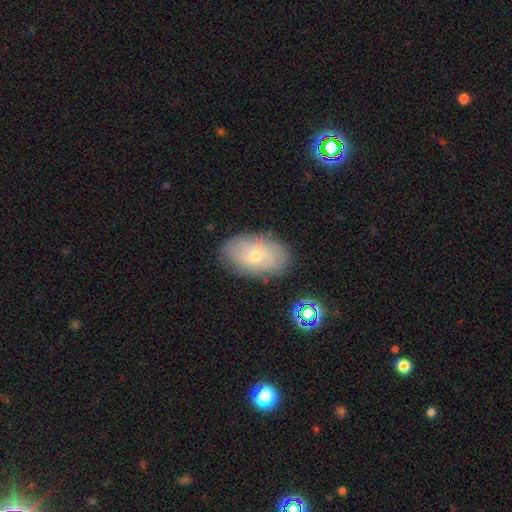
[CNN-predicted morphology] smooth 55%, featured or disk 36%, star or artifact 9%. Down the decision tree: how rounded — in between (91%); merging — none (79%).